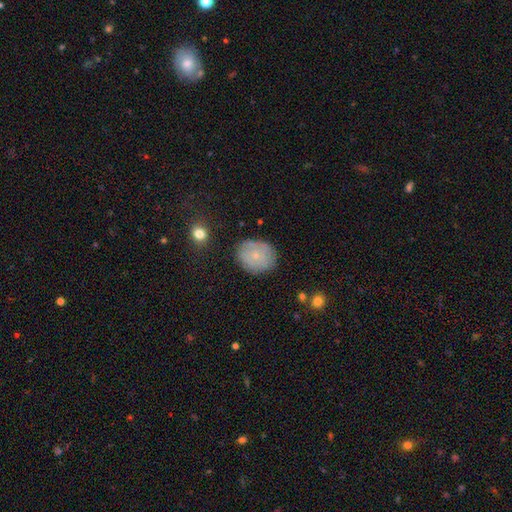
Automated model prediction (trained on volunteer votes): This is possibly a smooth galaxy (57%). How rounded: likely round (69%). Merging: likely none (78%).